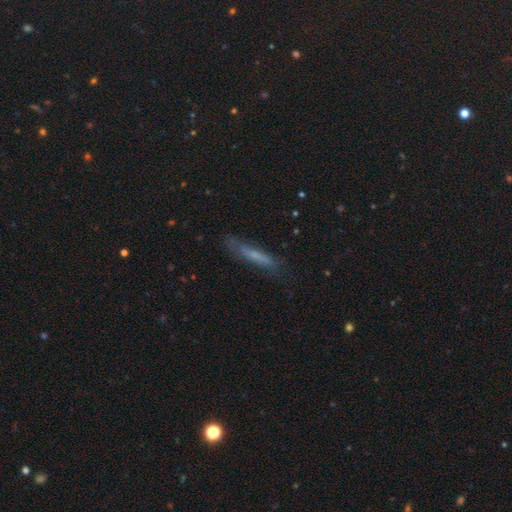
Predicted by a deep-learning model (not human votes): The model was most divided on "smooth or featured": smooth: 49%, featured or disk: 41%, star or artifact: 9%. More confident: merging — none (75%).